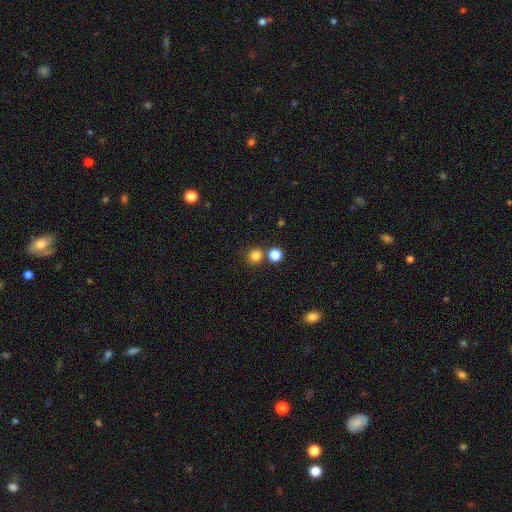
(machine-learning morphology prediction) This is clearly a smooth galaxy (81%). How rounded: clearly round (90%). Merging: likely none (72%).